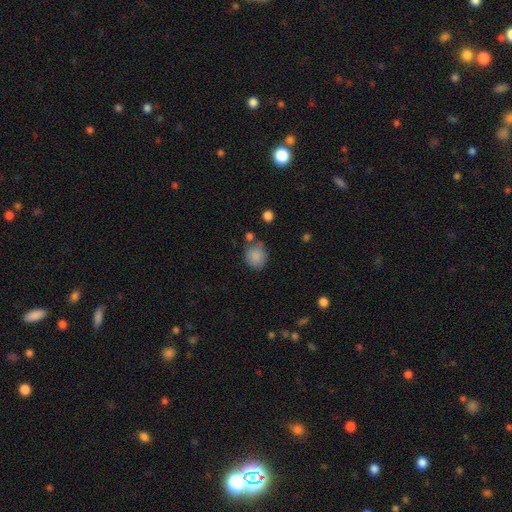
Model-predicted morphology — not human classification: type=smooth (86%); roundness=round (78%); merging=none (68%).